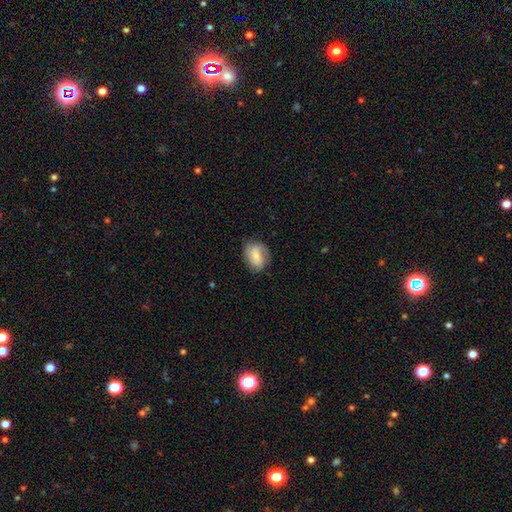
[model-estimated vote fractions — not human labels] smooth_or_featured: smooth (p=0.52) [alt: featured or disk p=0.40]
how_rounded: in between (p=0.67) [alt: round p=0.31]
merging: none (p=0.73) [alt: minor disturbance p=0.20]